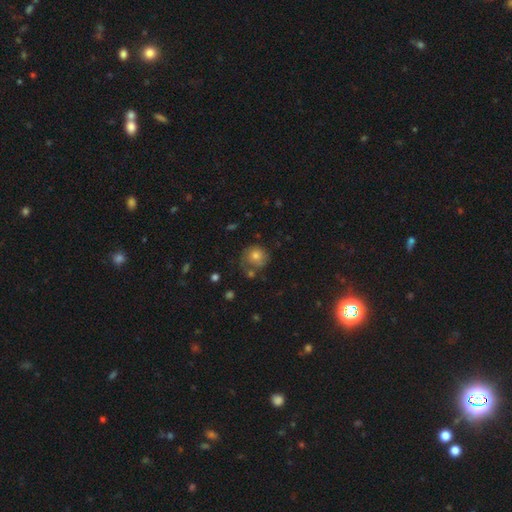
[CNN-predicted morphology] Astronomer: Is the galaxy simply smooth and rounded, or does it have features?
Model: smooth — 72%.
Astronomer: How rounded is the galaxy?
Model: round — 85%.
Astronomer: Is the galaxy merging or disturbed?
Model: none — 56%.